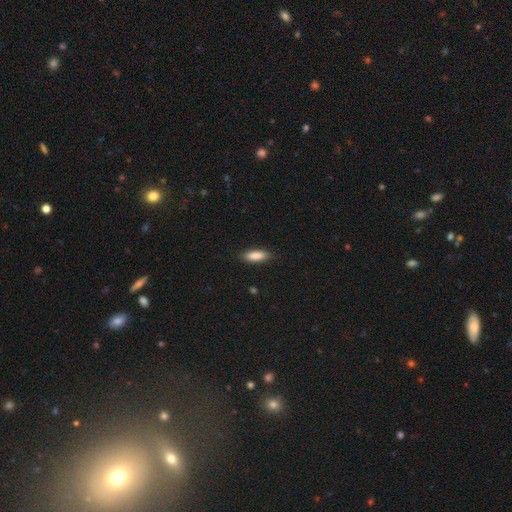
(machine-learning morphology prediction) Smooth or featured?
  - smooth: 87% *
  - featured or disk: 7%
  - star or artifact: 6%
How rounded?
  - in between: 61% *
  - cigar-shaped: 38%
  - round: 2%
Merging?
  - none: 86% *
  - minor disturbance: 11%
  - major disturbance: 2%
  - merger: 1%